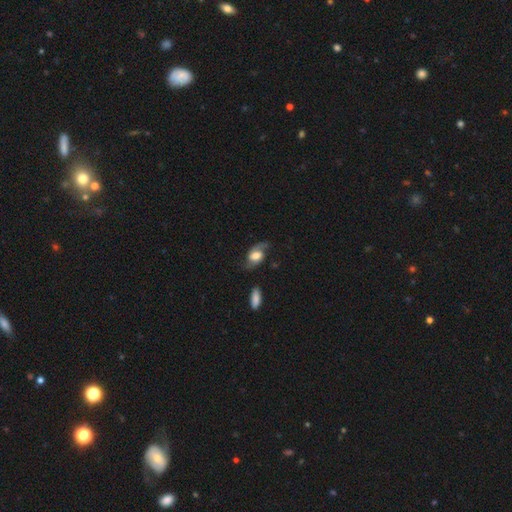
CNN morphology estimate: A featured or disk galaxy (64%) with no bar (49%), 2 (86%) loose (56%) spiral arms (89%) and a large central bulge (42%). Merging: none (64%).